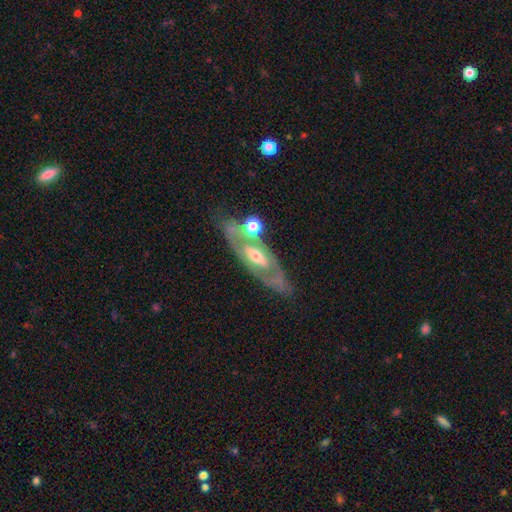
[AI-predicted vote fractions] Smooth or featured: featured or disk — 72% (smooth — 21%)
Edge-on disk: no — 80% (yes — 20%)
Bar: no — 61% (weak — 24%)
Spiral arms: no — 60% (yes — 40%)
Bulge size: moderate — 63% (small — 25%)
Merging: none — 60% (minor disturbance — 19%)